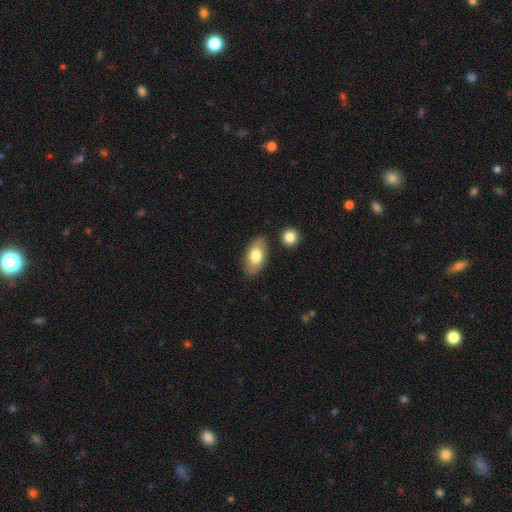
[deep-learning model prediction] Smooth or featured? Predicted: smooth (p=0.74). How rounded? Predicted: in between (p=0.93). Merging? Predicted: none (p=0.82).